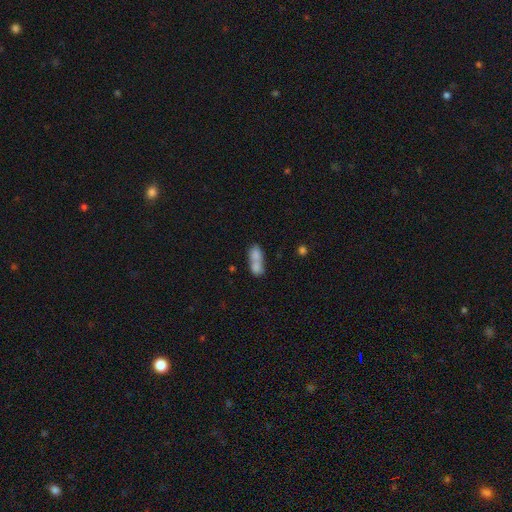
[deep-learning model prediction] This appears to be a smooth galaxy with no disk features (75%) that is in between round and cigar-shaped (72%). Merging: merger (72%).